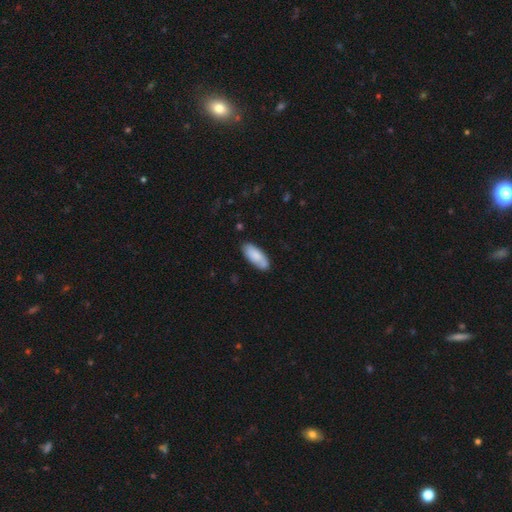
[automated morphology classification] A smooth galaxy with no disk features (80%) that is in between round and cigar-shaped (81%). Merging: none (80%).